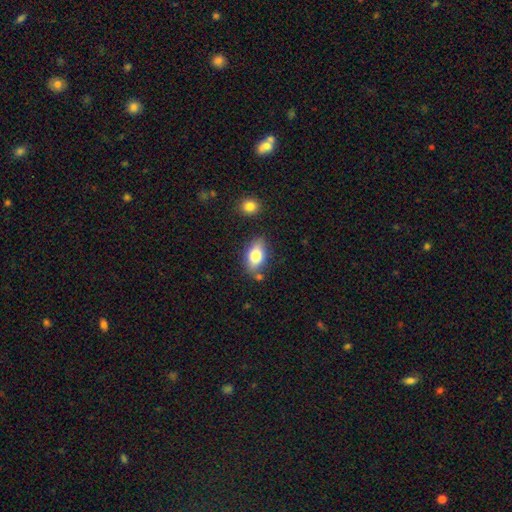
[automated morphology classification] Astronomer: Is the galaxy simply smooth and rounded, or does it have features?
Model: smooth — 79%.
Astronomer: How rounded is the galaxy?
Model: in between — 88%.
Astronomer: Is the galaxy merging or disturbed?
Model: none — 75%.